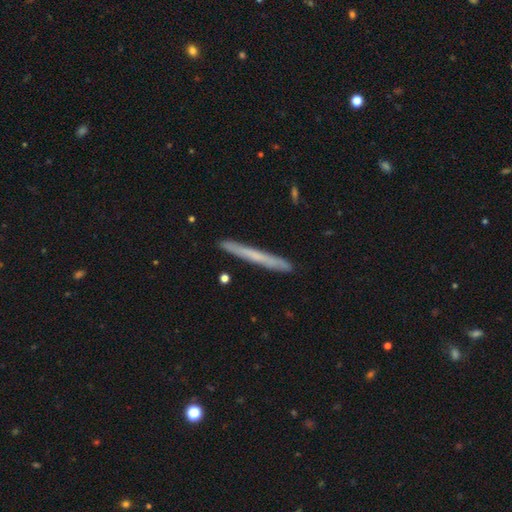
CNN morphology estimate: smooth-or-featured: smooth: 52% | featured or disk: 41% | star or artifact: 7%
  how-rounded: cigar-shaped: 97% | in between: 2% | round: 1%
  merging: none: 90% | minor disturbance: 8% | major disturbance: 1% | merger: 1%